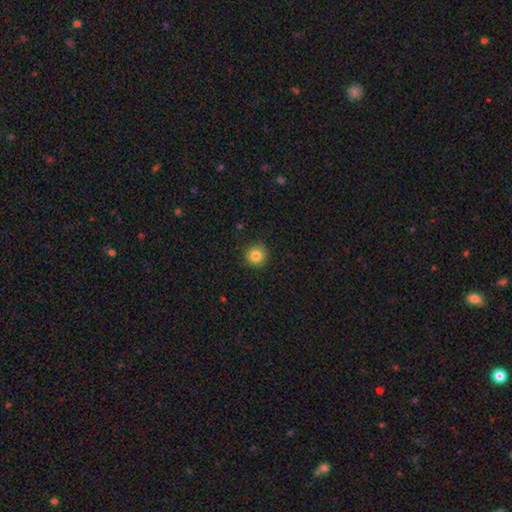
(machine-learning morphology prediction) Smooth or featured: smooth — 84% (star or artifact — 10%)
How rounded: round — 93% (in between — 6%)
Merging: none — 88% (minor disturbance — 9%)